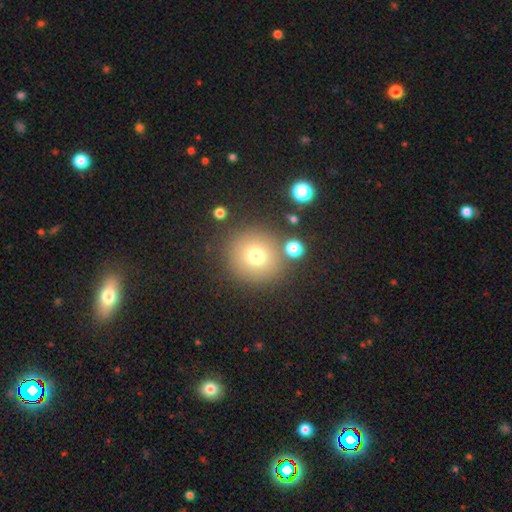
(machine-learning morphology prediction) smooth-or-featured: smooth: 73% | star or artifact: 15% | featured or disk: 12%
  how-rounded: round: 94% | in between: 5% | cigar-shaped: 1%
  merging: none: 82% | minor disturbance: 8% | merger: 6% | major disturbance: 4%